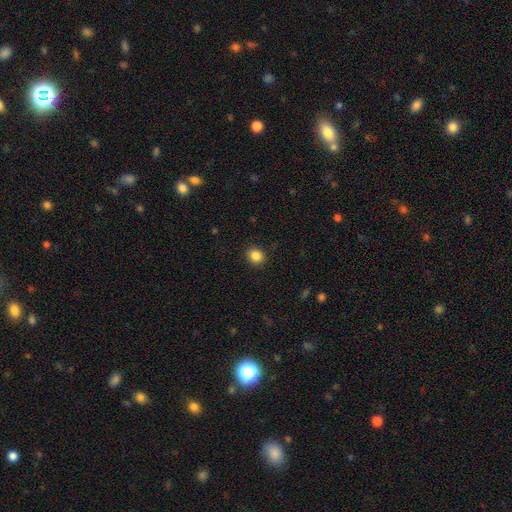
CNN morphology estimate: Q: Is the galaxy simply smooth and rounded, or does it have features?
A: smooth — 86%.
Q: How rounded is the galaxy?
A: round — 75%.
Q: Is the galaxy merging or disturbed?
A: none — 90%.